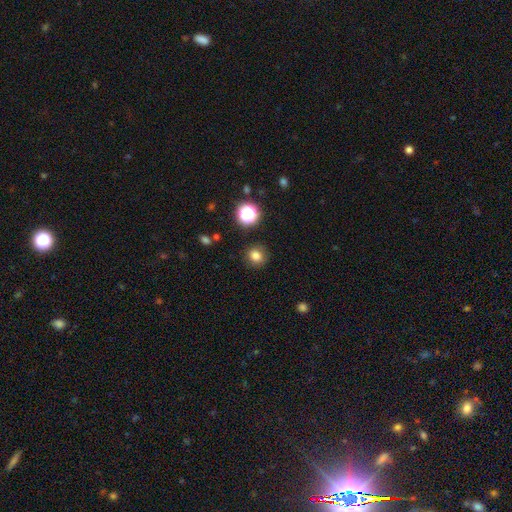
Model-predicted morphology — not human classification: smooth 80%, star or artifact 15%, featured or disk 5%. Down the decision tree: how rounded — round (85%); merging — none (89%).